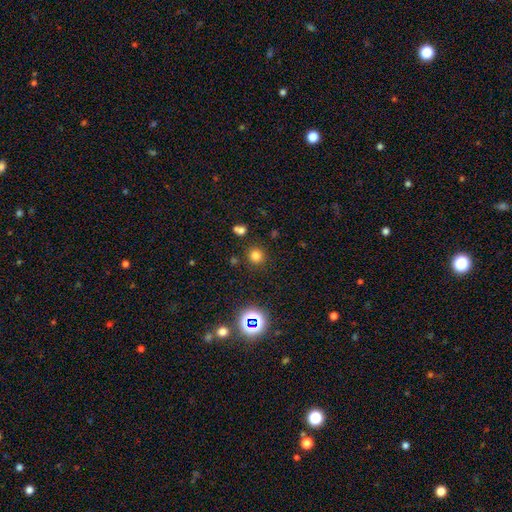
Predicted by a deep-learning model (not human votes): Smooth or featured: smooth — 75% (star or artifact — 20%)
How rounded: round — 91% (in between — 8%)
Merging: none — 84% (minor disturbance — 7%)